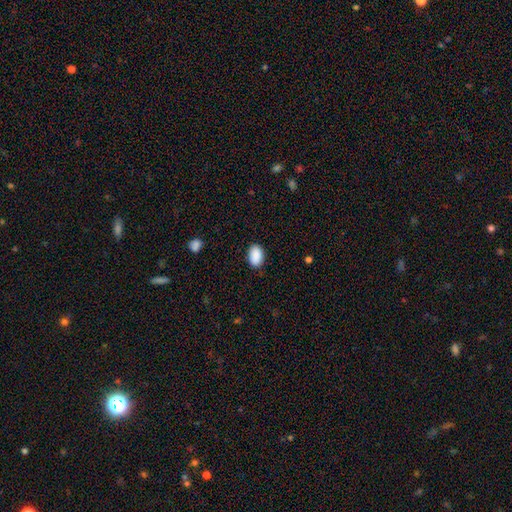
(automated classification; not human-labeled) smooth-or-featured: smooth: 91% | star or artifact: 7% | featured or disk: 3%
  how-rounded: in between: 89% | round: 10% | cigar-shaped: 1%
  merging: none: 87% | minor disturbance: 10% | major disturbance: 2% | merger: 1%